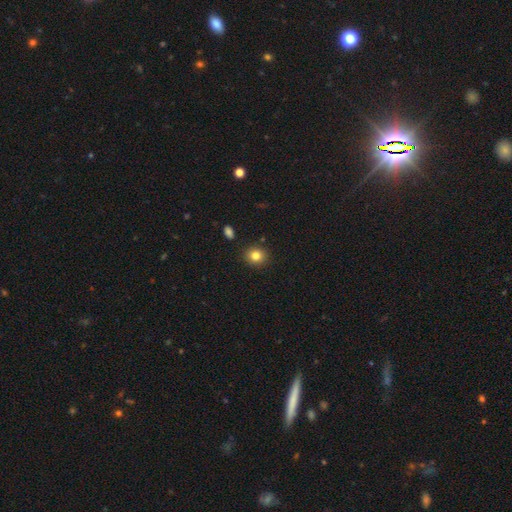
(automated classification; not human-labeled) Q: Smooth or featured?
A: smooth (83%); runner-up: star or artifact (11%)
Q: How rounded?
A: round (79%); runner-up: in between (20%)
Q: Merging?
A: none (88%); runner-up: minor disturbance (7%)